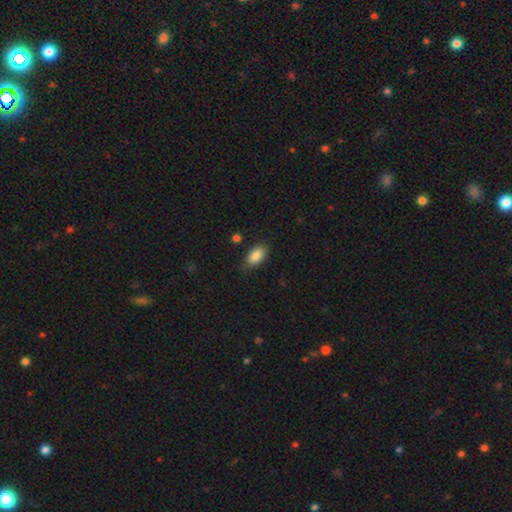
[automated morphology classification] Overall: smooth (87%). How rounded: in between (91%). Merging: none (78%).